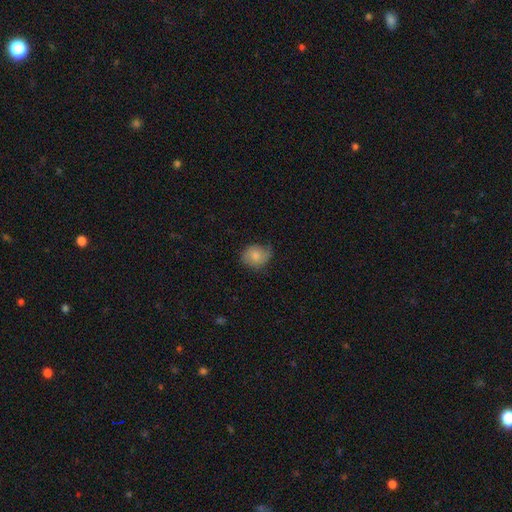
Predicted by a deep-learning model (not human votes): smooth 71%, featured or disk 21%, star or artifact 8%. Down the decision tree: how rounded — round (61%); merging — none (62%).